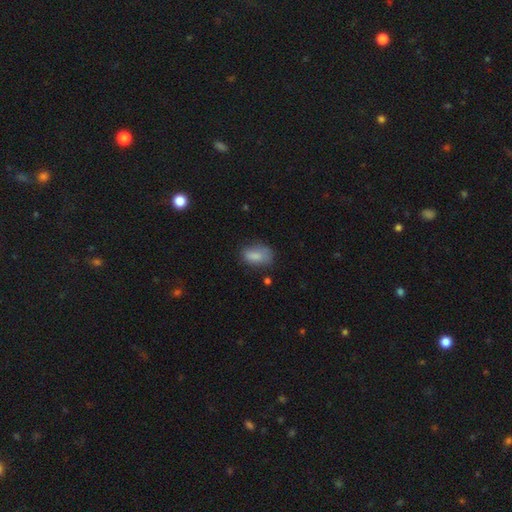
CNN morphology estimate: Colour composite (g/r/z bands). It shows a smooth galaxy with no disk features (82%) that is in between round and cigar-shaped (88%). Merging: none (58%).